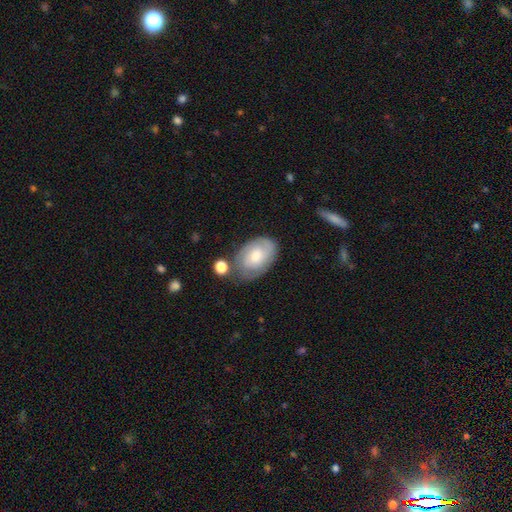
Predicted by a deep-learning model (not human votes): Q: Smooth or featured?
A: featured or disk (50%); runner-up: smooth (43%)
Q: Edge-on disk?
A: no (95%); runner-up: yes (5%)
Q: Merging?
A: none (63%); runner-up: minor disturbance (23%)